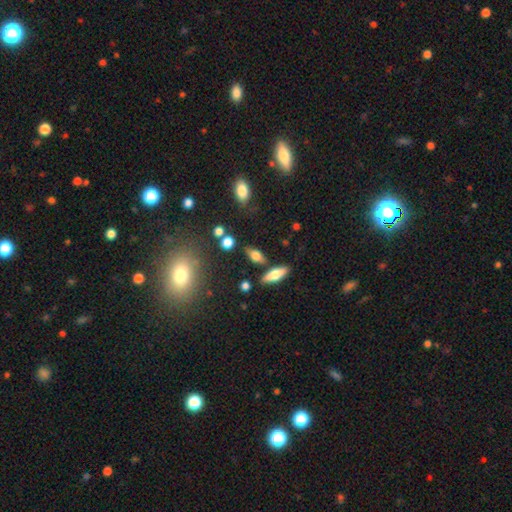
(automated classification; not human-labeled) smooth 60%, featured or disk 29%, star or artifact 11%. Down the decision tree: how rounded — in between (66%); merging — none (72%).